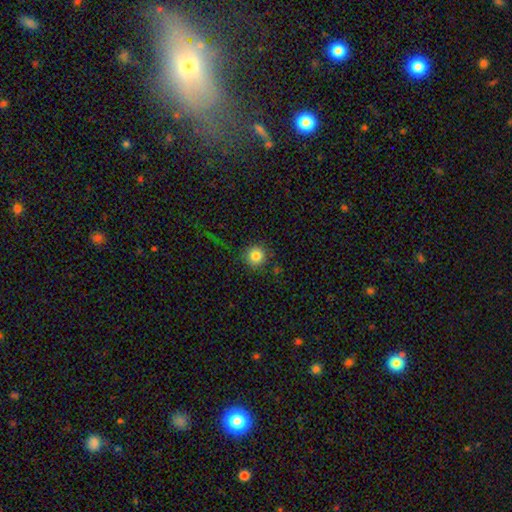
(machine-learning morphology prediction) smooth 84%, star or artifact 10%, featured or disk 6%. Down the decision tree: how rounded — round (94%); merging — none (86%).